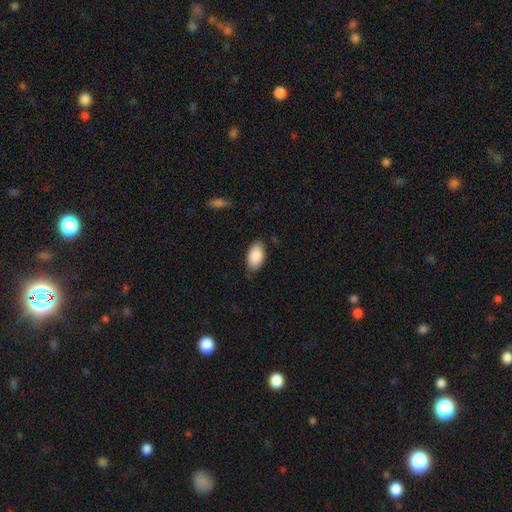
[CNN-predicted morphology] smooth-or-featured: smooth: 90% | star or artifact: 6% | featured or disk: 4%
  how-rounded: in between: 94% | round: 4% | cigar-shaped: 2%
  merging: none: 79% | minor disturbance: 17% | major disturbance: 3% | merger: 1%